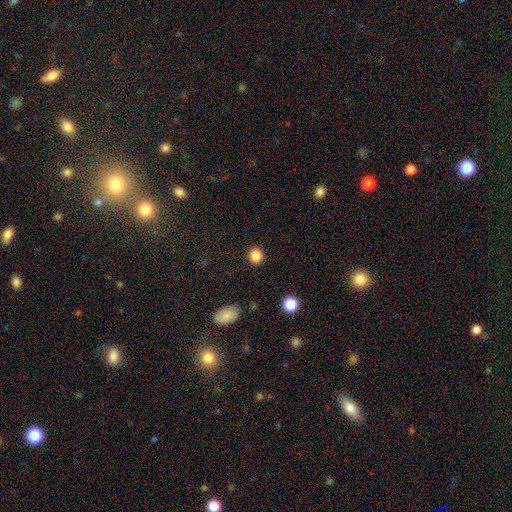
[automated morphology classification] A smooth galaxy with no disk features (86%) that is round (87%). Merging: none (90%).